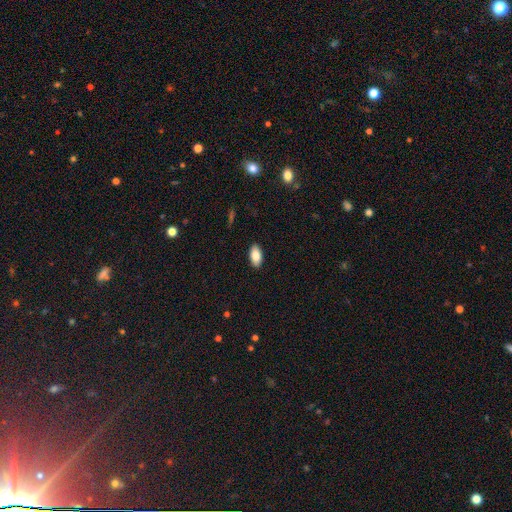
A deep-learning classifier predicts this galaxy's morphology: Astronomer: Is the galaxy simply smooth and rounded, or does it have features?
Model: smooth — 86%.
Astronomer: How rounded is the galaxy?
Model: in between — 94%.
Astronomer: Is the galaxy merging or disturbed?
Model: none — 90%.